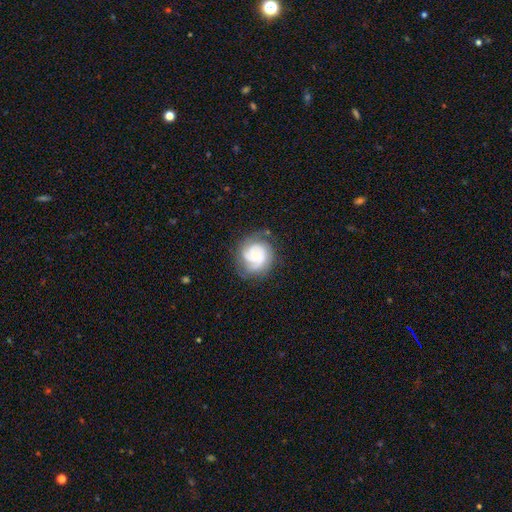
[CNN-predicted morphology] A featured or disk galaxy (67%) with no bar (71%), 2 (38%) tight (58%) spiral arms (91%) and a small central bulge (58%).

Vote fractions:
- Smooth or featured? featured or disk: 67% / smooth: 26% / star or artifact: 7%
- Edge-on disk? no: 98% / yes: 2%
- Bar? no: 71% / weak: 25% / strong: 5%
- Spiral arms? yes: 91% / no: 9%
- Spiral winding? tight: 58% / medium: 32% / loose: 10%
- Spiral arm count? 2: 38% / can't tell: 26% / 3: 20% / 1: 7% / 4: 5% / more than 4: 4%
- Bulge size? small: 58% / moderate: 22% / none: 10% / large: 7% / dominant: 3%
- Merging? none: 70% / minor disturbance: 19% / major disturbance: 10% / merger: 2%